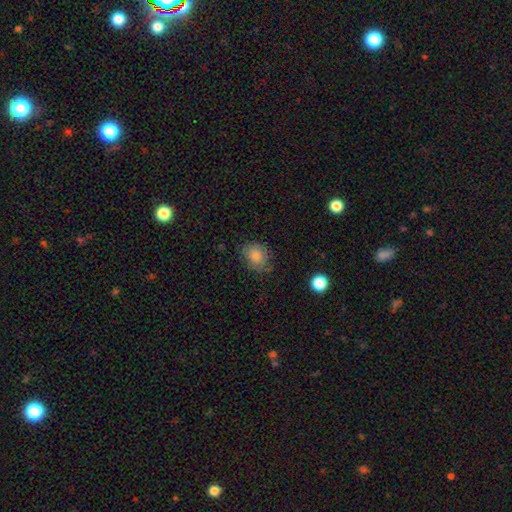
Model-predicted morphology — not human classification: The model was most divided on "how rounded": round: 53%, in between: 46%, cigar-shaped: 1%. More confident: smooth or featured — smooth (82%); merging — none (74%).